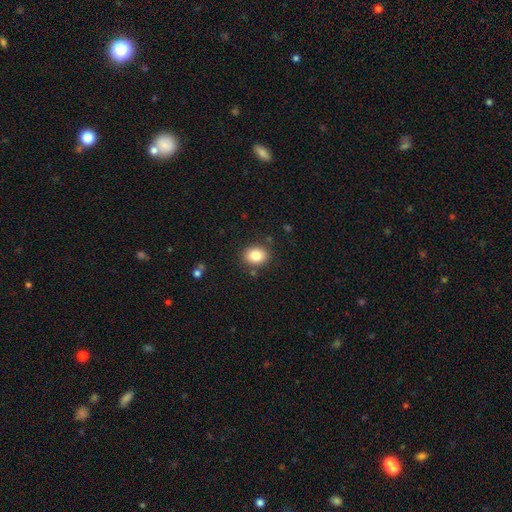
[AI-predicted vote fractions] smooth 83%, star or artifact 9%, featured or disk 7%. Down the decision tree: how rounded — round (57%); merging — none (86%).